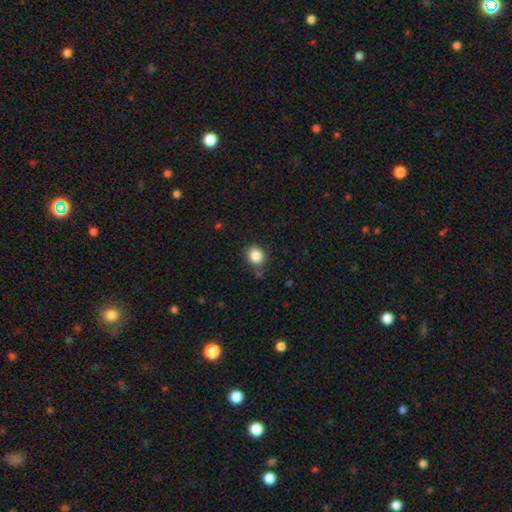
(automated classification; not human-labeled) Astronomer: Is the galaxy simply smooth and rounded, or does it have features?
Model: smooth — 86%.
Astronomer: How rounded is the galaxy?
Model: round — 66%.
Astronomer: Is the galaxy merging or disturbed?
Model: none — 81%.